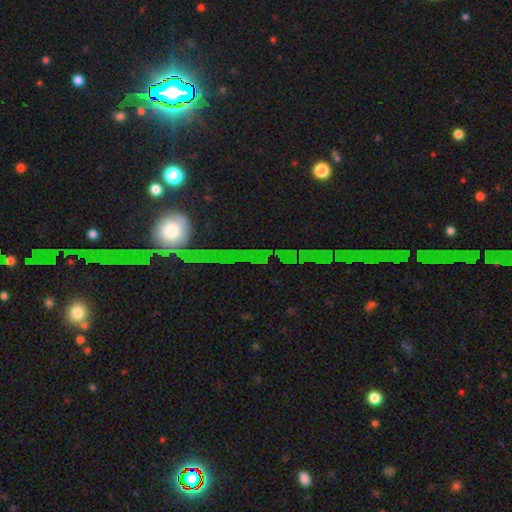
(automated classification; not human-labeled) star or artifact 54%, featured or disk 33%, smooth 14%.